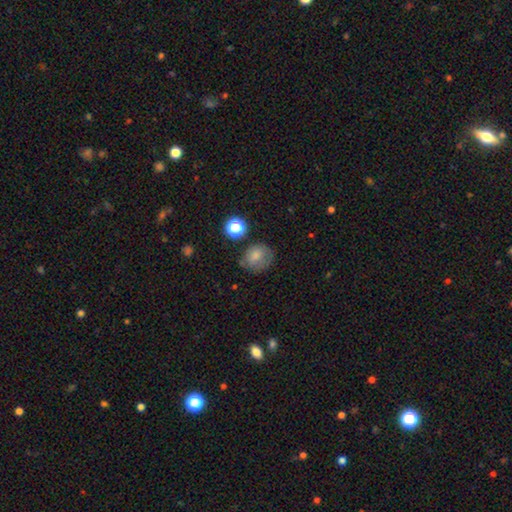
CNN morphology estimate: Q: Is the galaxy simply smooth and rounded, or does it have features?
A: smooth — 75%.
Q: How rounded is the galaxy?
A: round — 63%.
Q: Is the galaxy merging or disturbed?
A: none — 59%.